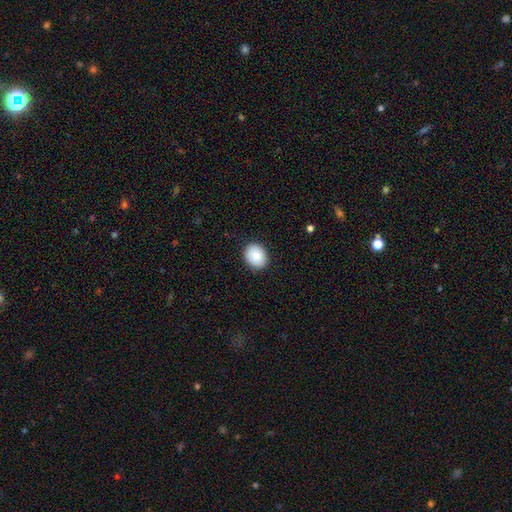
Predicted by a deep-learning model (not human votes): Overall: smooth (87%). How rounded: round (51%; in between 49%). Merging: none (89%).